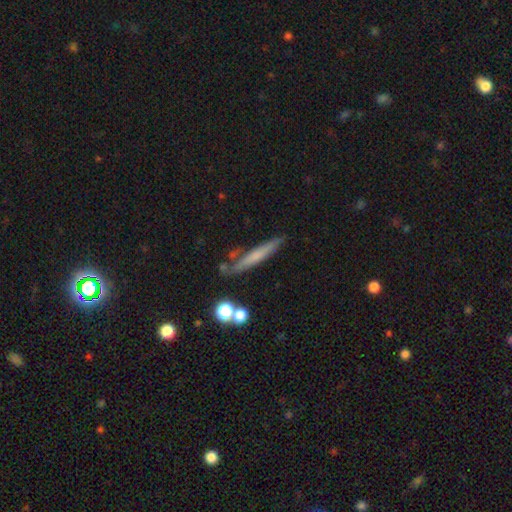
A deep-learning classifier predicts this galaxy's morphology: The model was most divided on "smooth or featured": smooth: 55%, featured or disk: 37%, star or artifact: 9%. More confident: how rounded — cigar-shaped (92%); merging — none (75%).